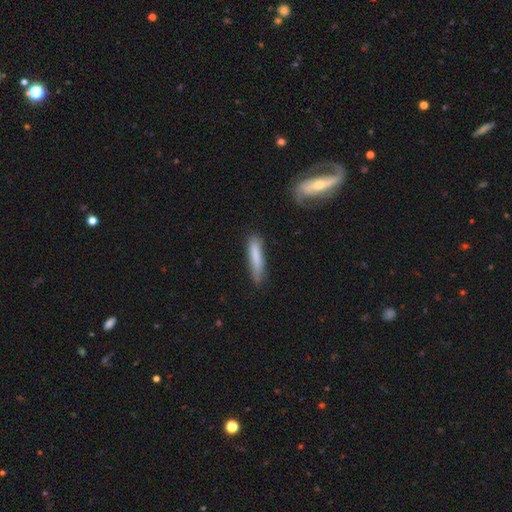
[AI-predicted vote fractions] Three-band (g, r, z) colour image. It shows a smooth galaxy with no disk features (77%) that is cigar-shaped (88%). Merging: none (74%).